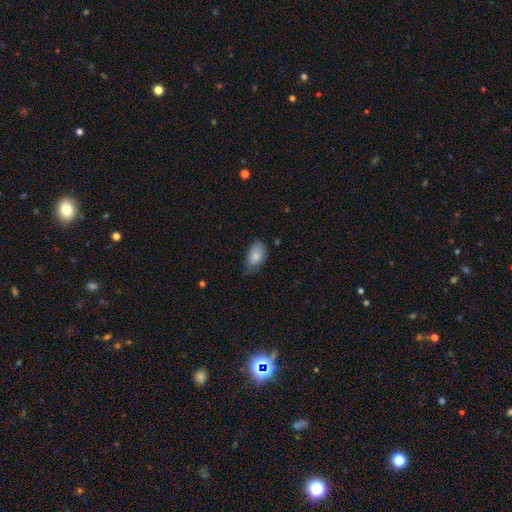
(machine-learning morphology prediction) A smooth galaxy with no disk features (81%) that is in between round and cigar-shaped (91%).

Vote fractions:
- Smooth or featured? smooth: 81% / featured or disk: 12% / star or artifact: 7%
- How rounded? in between: 91% / round: 7% / cigar-shaped: 2%
- Merging? none: 54% / minor disturbance: 36% / major disturbance: 9% / merger: 1%